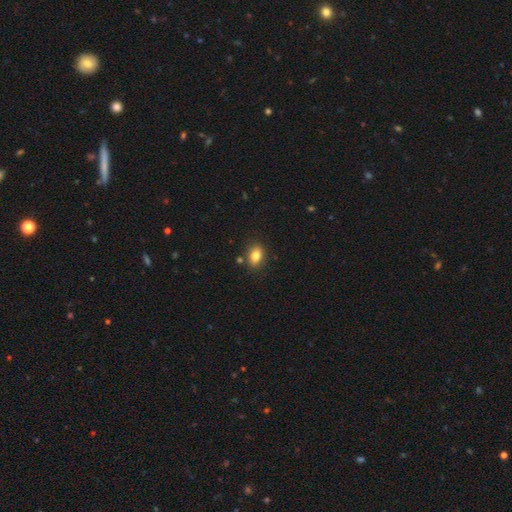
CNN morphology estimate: This is clearly a smooth galaxy (82%). How rounded: likely in between (79%). Merging: clearly none (83%).